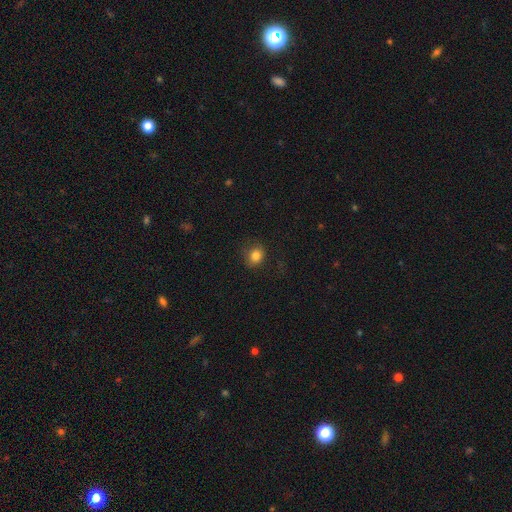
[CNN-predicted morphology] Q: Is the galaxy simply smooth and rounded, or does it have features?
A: smooth — 83%.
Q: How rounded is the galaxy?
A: round — 69%.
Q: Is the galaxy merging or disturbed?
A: none — 76%.